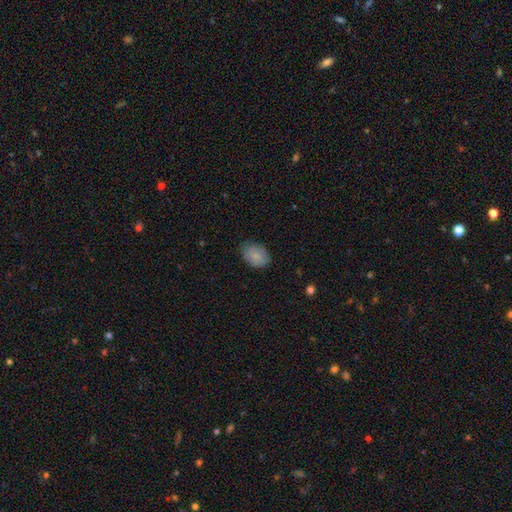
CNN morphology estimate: This appears to be a smooth galaxy with no disk features (85%) that is in between round and cigar-shaped (74%). Merging: none (75%).